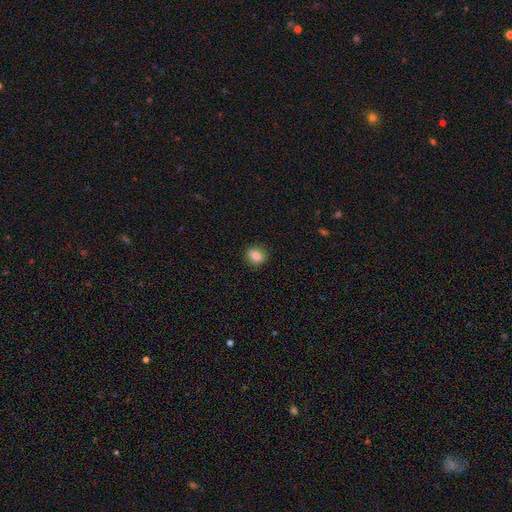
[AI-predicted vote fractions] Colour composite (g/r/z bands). It shows a smooth galaxy with no disk features (81%) that is round (63%). Merging: none (87%).